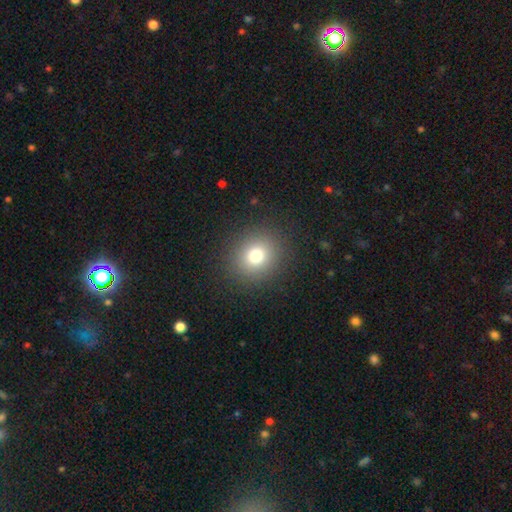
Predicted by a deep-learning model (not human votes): Smooth or featured? Predicted: smooth (p=0.78). How rounded? Predicted: round (p=0.82). Merging? Predicted: none (p=0.89).